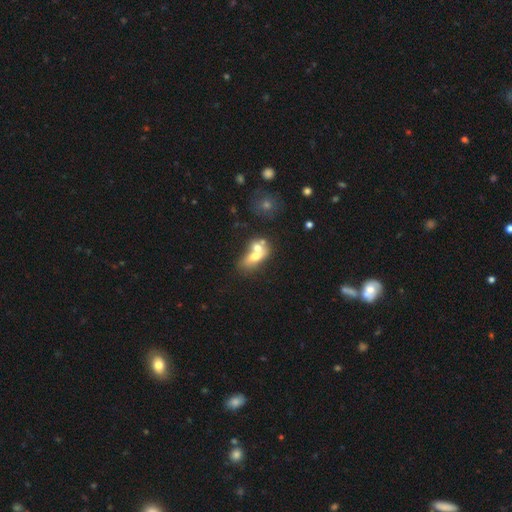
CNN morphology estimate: A smooth galaxy with no disk features (58%) that is in between round and cigar-shaped (72%).

Vote fractions:
- Smooth or featured? smooth: 58% / featured or disk: 32% / star or artifact: 10%
- How rounded? in between: 72% / round: 20% / cigar-shaped: 9%
- Merging? merger: 67% / none: 19% / minor disturbance: 8% / major disturbance: 7%